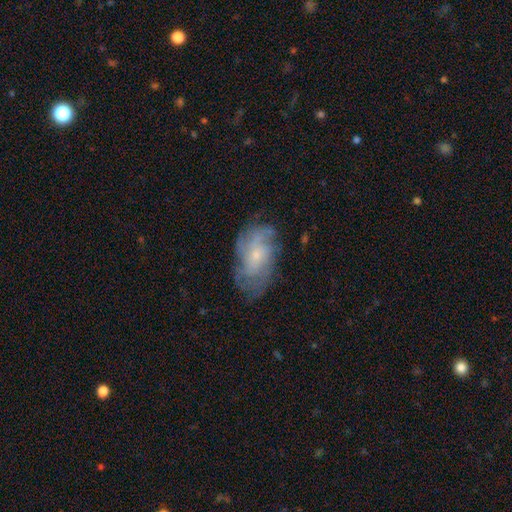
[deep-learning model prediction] Smooth or featured?
  - featured or disk: 66% *
  - smooth: 24%
  - star or artifact: 10%
Edge-on disk?
  - no: 94% *
  - yes: 6%
Bar?
  - no: 70% *
  - weak: 26%
  - strong: 4%
Spiral arms?
  - yes: 85% *
  - no: 15%
Spiral winding?
  - tight: 49% *
  - medium: 35%
  - loose: 16%
Spiral arm count?
  - can't tell: 50% *
  - 4: 16%
  - 3: 12%
  - 2: 10%
  - more than 4: 7%
  - 1: 5%
Bulge size?
  - small: 65% *
  - moderate: 27%
  - none: 5%
  - large: 2%
  - dominant: 1%
Merging?
  - none: 73% *
  - minor disturbance: 18%
  - major disturbance: 7%
  - merger: 1%